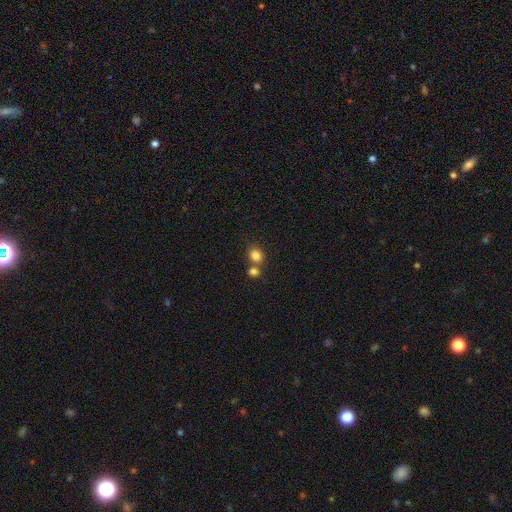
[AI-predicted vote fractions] smooth-or-featured: smooth: 83% | star or artifact: 11% | featured or disk: 6%
  how-rounded: round: 69% | in between: 30% | cigar-shaped: 1%
  merging: none: 54% | merger: 35% | minor disturbance: 8% | major disturbance: 3%